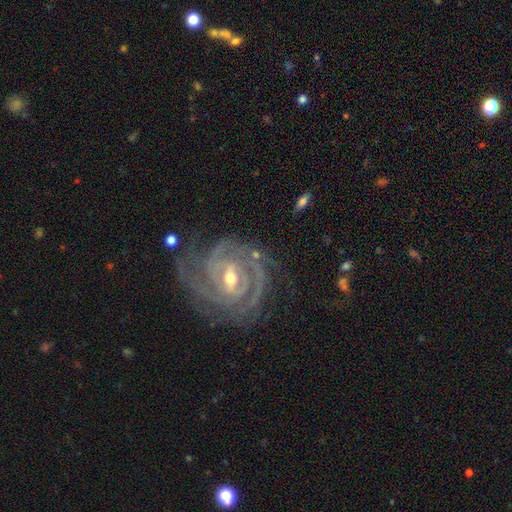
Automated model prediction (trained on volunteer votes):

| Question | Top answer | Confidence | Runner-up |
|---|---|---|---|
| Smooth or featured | featured or disk | 91% | star or artifact (5%) |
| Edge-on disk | no | 97% | yes (3%) |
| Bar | weak | 44% | strong (39%) |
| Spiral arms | yes | 98% | no (2%) |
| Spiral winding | tight | 72% | medium (24%) |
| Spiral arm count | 3 | 30% | 2 (25%) |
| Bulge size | moderate | 59% | small (37%) |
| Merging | none | 69% | minor disturbance (19%) |